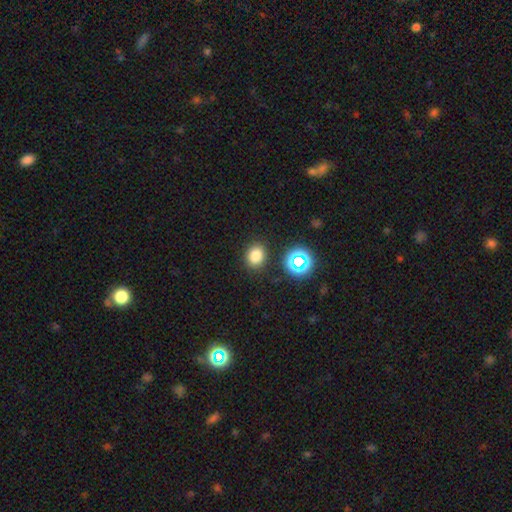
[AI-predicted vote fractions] Smooth or featured?
  - smooth: 77% *
  - star or artifact: 17%
  - featured or disk: 6%
How rounded?
  - round: 60% *
  - in between: 39%
  - cigar-shaped: 1%
Merging?
  - none: 85% *
  - minor disturbance: 9%
  - merger: 3%
  - major disturbance: 3%